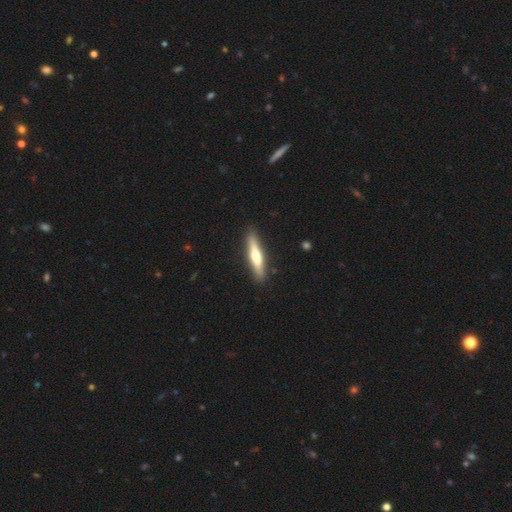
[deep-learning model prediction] smooth_or_featured: featured or disk (p=0.51) [alt: smooth p=0.44]
disk_edge_on: yes (p=0.93) [alt: no p=0.07]
merging: none (p=0.90) [alt: minor disturbance p=0.07]